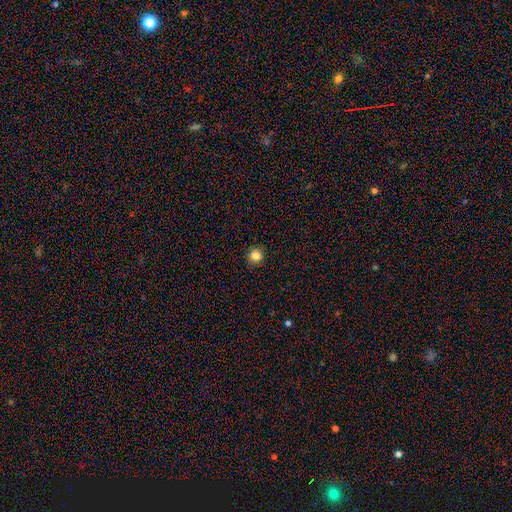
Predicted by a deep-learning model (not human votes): This is clearly a smooth galaxy (84%). How rounded: clearly round (95%). Merging: clearly none (93%).